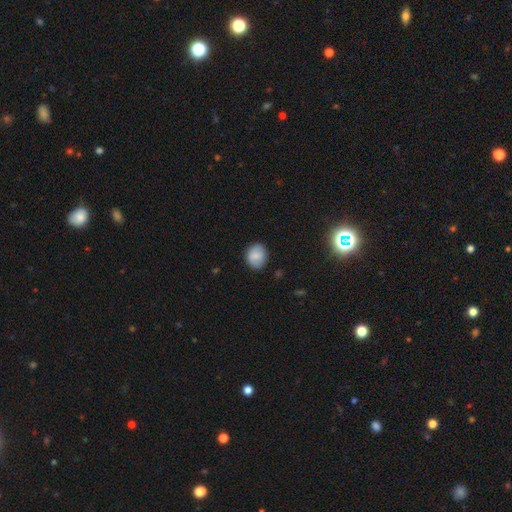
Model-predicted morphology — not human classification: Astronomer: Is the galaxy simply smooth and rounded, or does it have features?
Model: smooth — 79%.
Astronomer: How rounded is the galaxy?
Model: round — 60% (runner-up: in between, 39%).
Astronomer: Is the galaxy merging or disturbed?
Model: none — 82%.